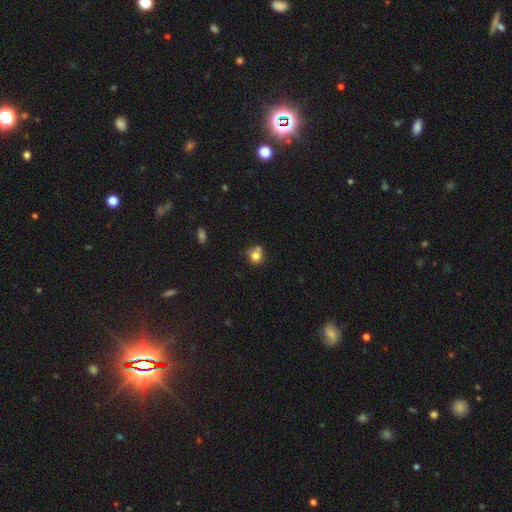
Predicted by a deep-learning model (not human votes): Overall: smooth (77%). How rounded: round (82%). Merging: none (53%; merger 23%).